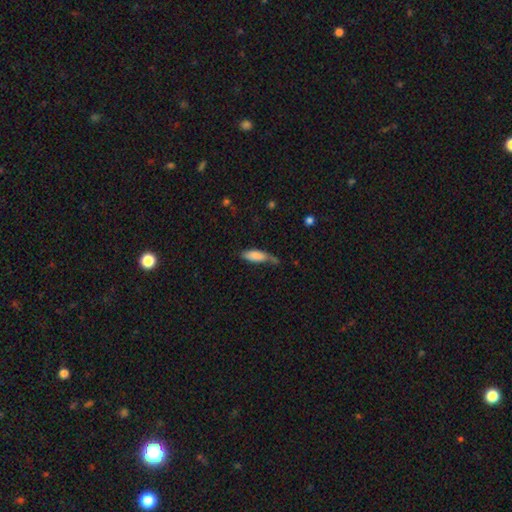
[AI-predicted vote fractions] smooth-or-featured: smooth: 81% | featured or disk: 12% | star or artifact: 7%
  how-rounded: in between: 62% | cigar-shaped: 35% | round: 2%
  merging: none: 41% | minor disturbance: 36% | major disturbance: 16% | merger: 7%